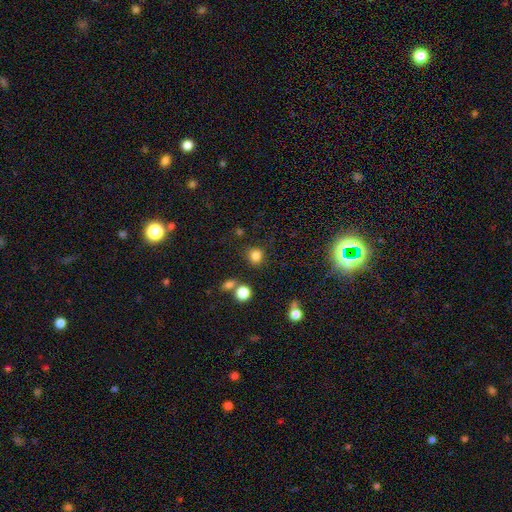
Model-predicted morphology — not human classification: This appears to be a smooth galaxy with no disk features (82%) that is round (85%). Merging: none (81%).